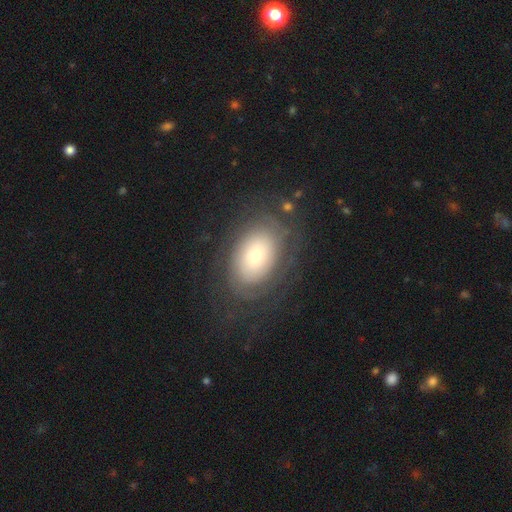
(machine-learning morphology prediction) Smooth or featured? featured or disk (55%)
Edge-on disk? no (95%)
Bar? no (80%)
Spiral arms? yes (76%)
Bulge size? small (40%)
Merging? none (71%)